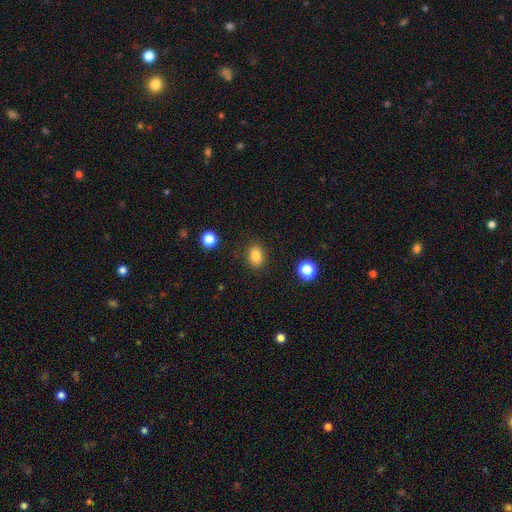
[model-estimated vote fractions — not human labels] smooth 84%, star or artifact 10%, featured or disk 6%. Down the decision tree: how rounded — in between (68%); merging — none (86%).